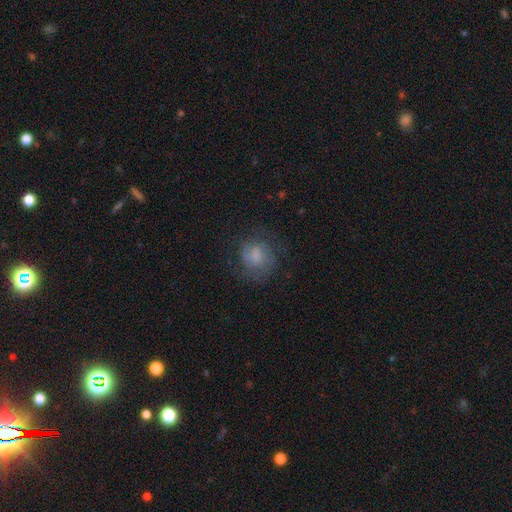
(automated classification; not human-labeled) A smooth galaxy with no disk features (60%) that is round (74%). Merging: none (61%).